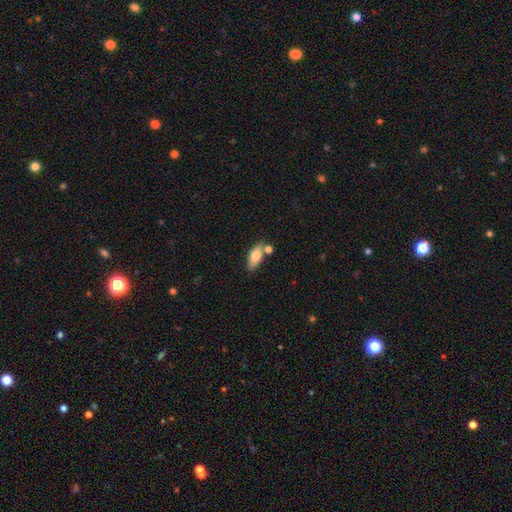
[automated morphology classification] smooth_or_featured: smooth (p=0.74) [alt: featured or disk p=0.19]
how_rounded: in between (p=0.82) [alt: cigar-shaped p=0.14]
merging: none (p=0.67) [alt: merger p=0.16]